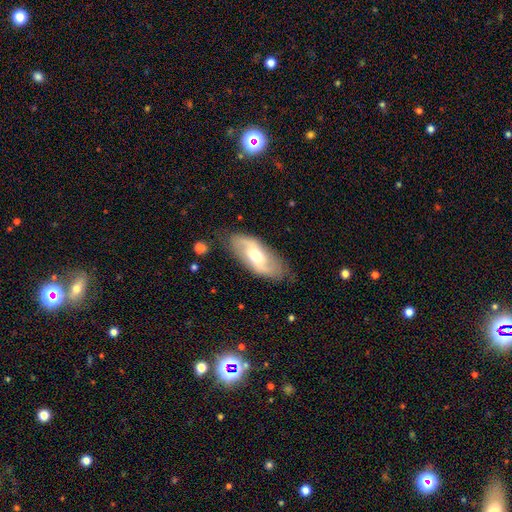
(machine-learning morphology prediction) smooth_or_featured: featured or disk (p=0.67) [alt: smooth p=0.27]
disk_edge_on: no (p=0.90) [alt: yes p=0.10]
bar: weak (p=0.43) [alt: no p=0.37]
has_spiral_arms: yes (p=0.84) [alt: no p=0.16]
spiral_winding: loose (p=0.51) [alt: medium p=0.35]
spiral_arm_count: 2 (p=0.86) [alt: can't tell p=0.09]
bulge_size: moderate (p=0.68) [alt: small p=0.18]
merging: none (p=0.76) [alt: minor disturbance p=0.18]